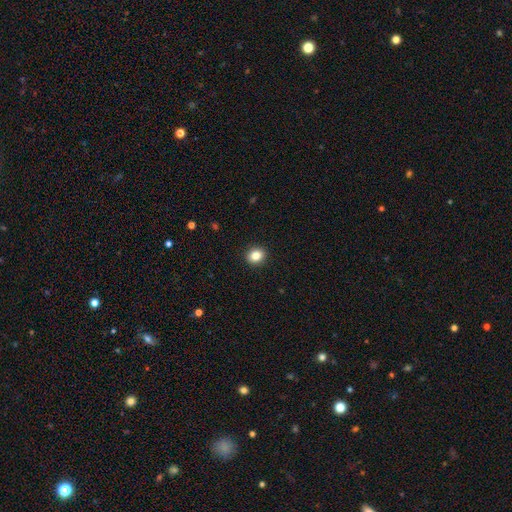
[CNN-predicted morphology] Smooth or featured? smooth (85%)
How rounded? round (72%)
Merging? none (92%)